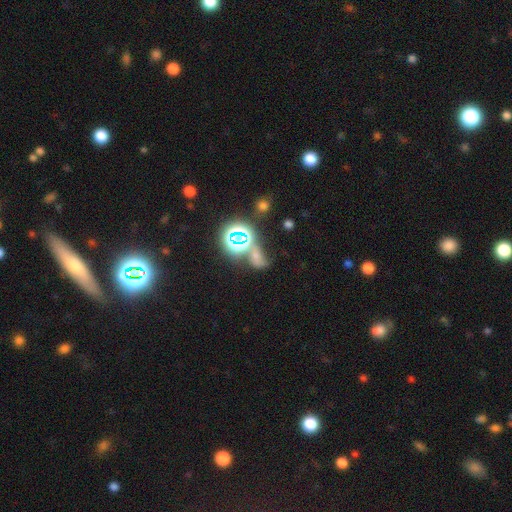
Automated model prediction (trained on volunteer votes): smooth_or_featured: star or artifact (p=0.48) [alt: smooth p=0.36]